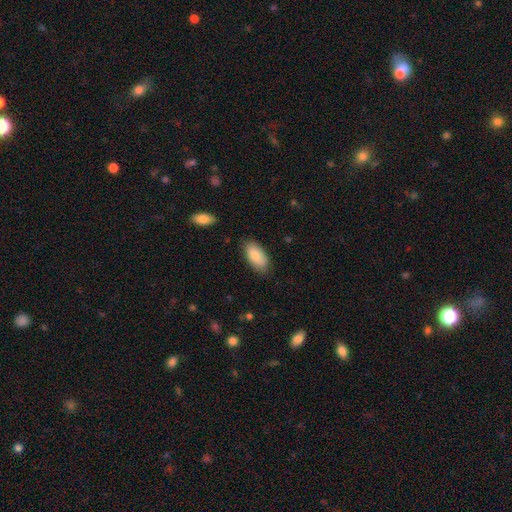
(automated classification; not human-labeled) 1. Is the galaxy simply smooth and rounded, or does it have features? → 86% smooth, 8% featured or disk, 6% star or artifact.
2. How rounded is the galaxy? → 92% in between, 6% cigar-shaped, 2% round.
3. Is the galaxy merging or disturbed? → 81% none, 15% minor disturbance, 3% major disturbance, 2% merger.